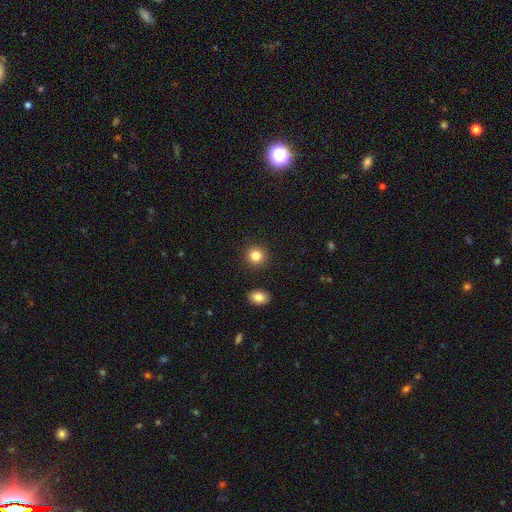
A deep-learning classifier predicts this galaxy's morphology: Overall: smooth (84%). How rounded: round (89%). Merging: none (90%).